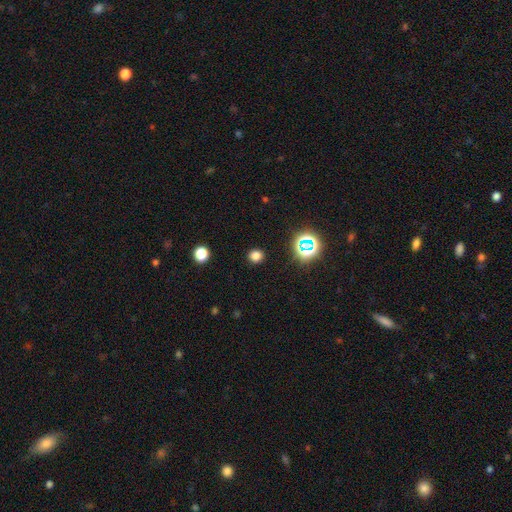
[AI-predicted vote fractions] This appears to be a smooth galaxy with no disk features (75%) that is round (86%). Merging: none (90%).